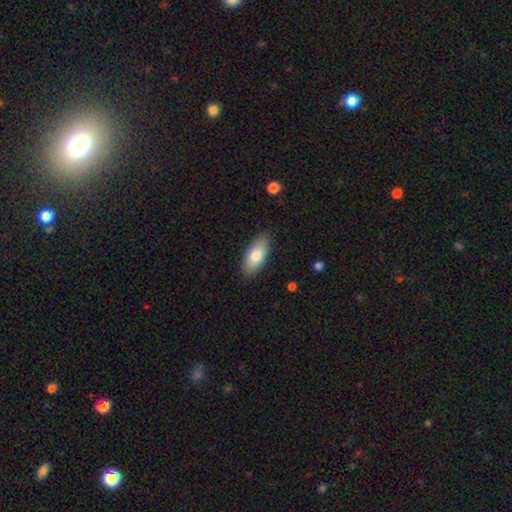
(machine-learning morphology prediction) smooth_or_featured: smooth (p=0.78) [alt: featured or disk p=0.16]
how_rounded: in between (p=0.85) [alt: cigar-shaped p=0.13]
merging: none (p=0.87) [alt: minor disturbance p=0.10]